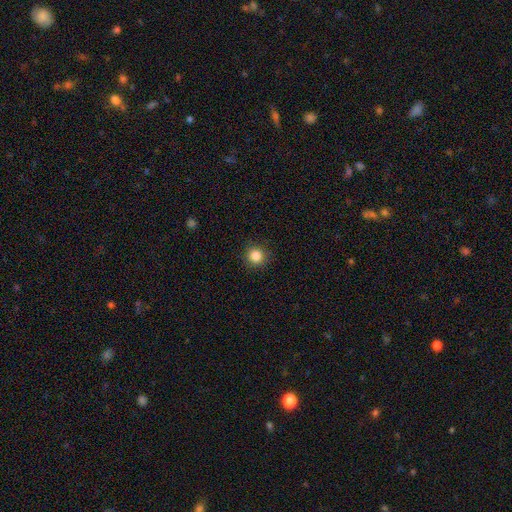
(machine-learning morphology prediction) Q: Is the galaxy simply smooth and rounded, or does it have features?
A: smooth — 85%.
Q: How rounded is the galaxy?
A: round — 94%.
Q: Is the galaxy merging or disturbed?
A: none — 91%.